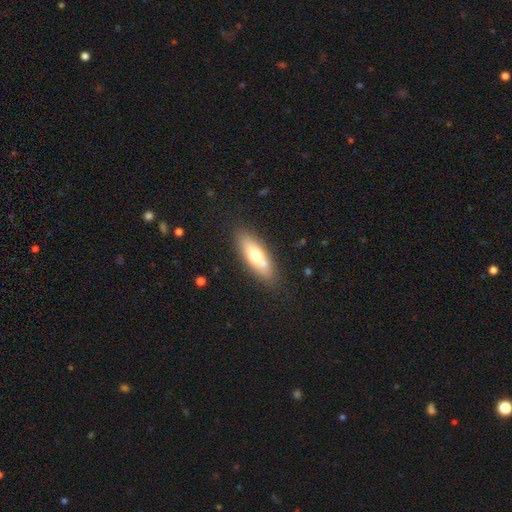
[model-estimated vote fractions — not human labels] Q: Smooth or featured?
A: smooth (63%); runner-up: featured or disk (30%)
Q: How rounded?
A: in between (61%); runner-up: cigar-shaped (36%)
Q: Merging?
A: none (77%); runner-up: minor disturbance (13%)